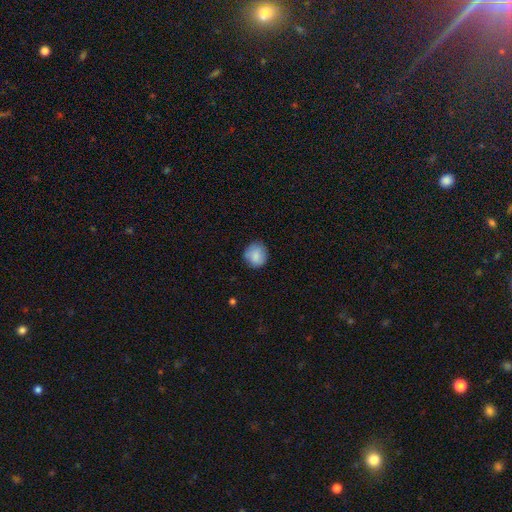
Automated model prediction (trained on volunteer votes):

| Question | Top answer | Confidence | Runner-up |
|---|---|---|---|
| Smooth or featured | smooth | 84% | featured or disk (9%) |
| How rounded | round | 86% | in between (13%) |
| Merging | none | 82% | minor disturbance (14%) |